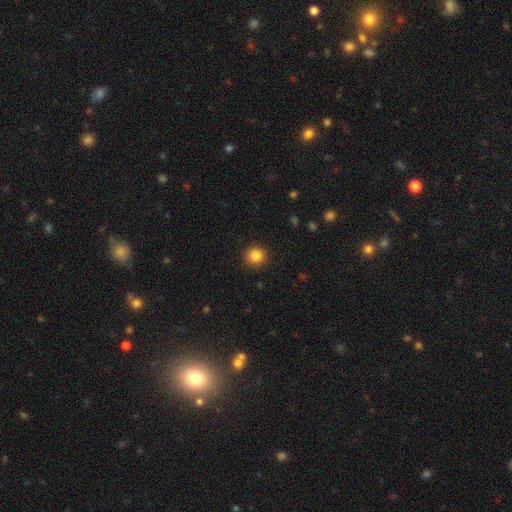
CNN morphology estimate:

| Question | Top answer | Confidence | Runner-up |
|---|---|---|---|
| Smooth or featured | smooth | 85% | star or artifact (10%) |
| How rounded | round | 91% | in between (8%) |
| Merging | none | 91% | minor disturbance (6%) |